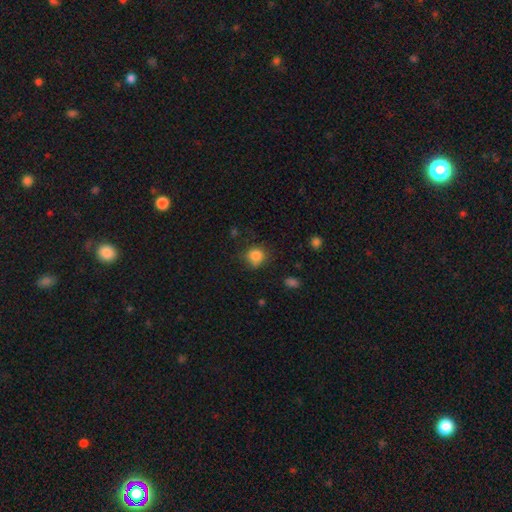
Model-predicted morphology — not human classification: This is clearly a smooth galaxy (83%). How rounded: clearly round (82%). Merging: likely none (69%).